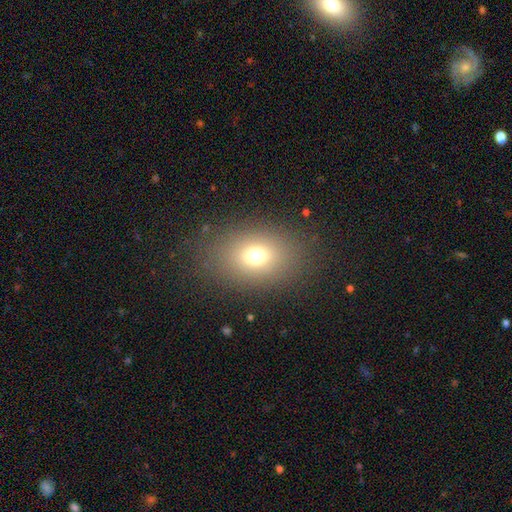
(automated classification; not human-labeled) The model was most divided on "how rounded": in between: 71%, round: 28%, cigar-shaped: 1%. More confident: merging — none (84%); smooth or featured — smooth (71%).